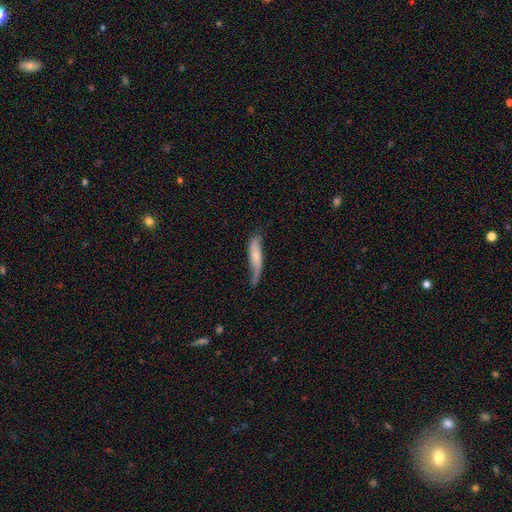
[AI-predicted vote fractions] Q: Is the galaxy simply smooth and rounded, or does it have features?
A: smooth — 53%.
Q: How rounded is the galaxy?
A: cigar-shaped — 72%.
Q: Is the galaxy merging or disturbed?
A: none — 41%.